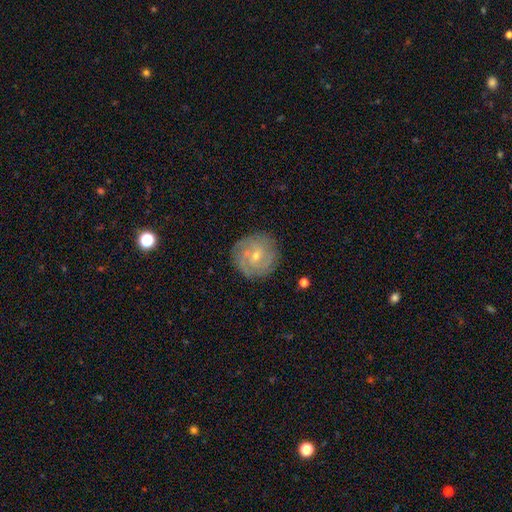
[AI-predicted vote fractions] A featured or disk galaxy (75%) with no bar (57%), tight (69%) spiral arms (93%) and a small central bulge (64%).

Vote fractions:
- Smooth or featured? featured or disk: 75% / smooth: 17% / star or artifact: 8%
- Edge-on disk? no: 97% / yes: 3%
- Bar? no: 57% / weak: 36% / strong: 7%
- Spiral arms? yes: 93% / no: 7%
- Spiral winding? tight: 69% / medium: 25% / loose: 6%
- Spiral arm count? can't tell: 31% / 3: 24% / 2: 19% / 4: 13% / more than 4: 6% / 1: 6%
- Bulge size? small: 64% / moderate: 33% / none: 1% / large: 1% / dominant: 1%
- Merging? none: 85% / minor disturbance: 11% / major disturbance: 3% / merger: 1%